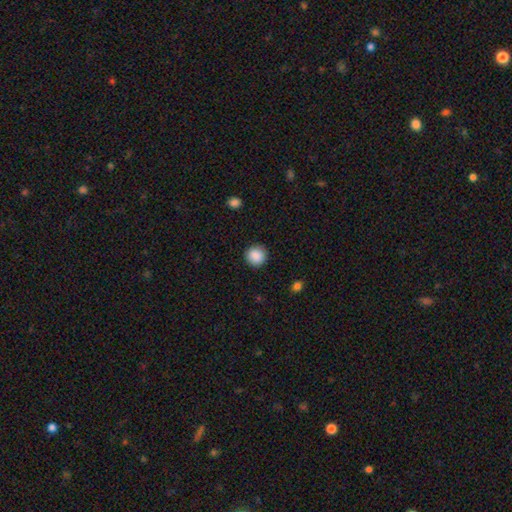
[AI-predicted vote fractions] smooth 88%, star or artifact 9%, featured or disk 3%. Down the decision tree: how rounded — round (93%); merging — none (90%).